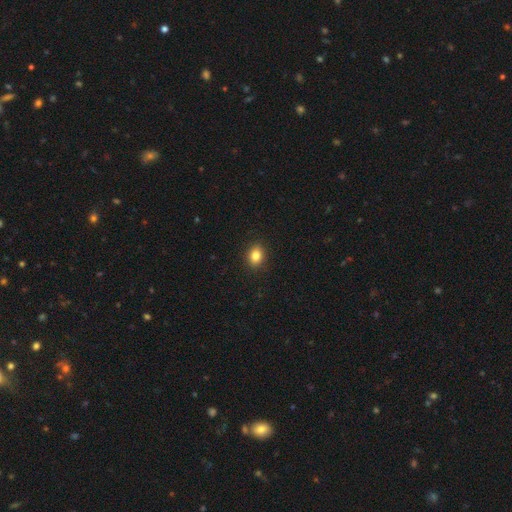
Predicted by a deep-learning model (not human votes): Overall: smooth (84%). How rounded: in between (58%; round 41%). Merging: none (90%).